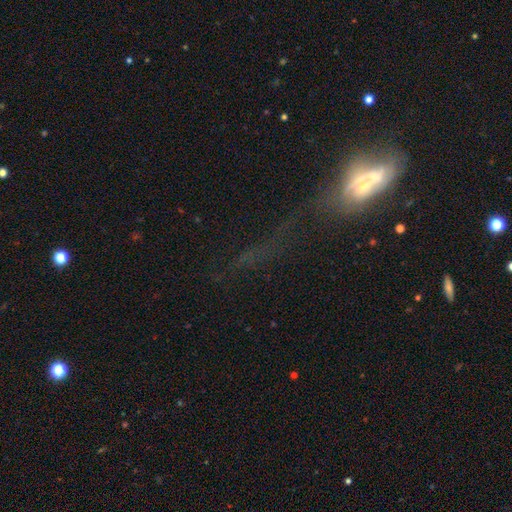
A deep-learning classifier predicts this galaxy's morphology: This appears to be a star or artifact, not a galaxy (36%).